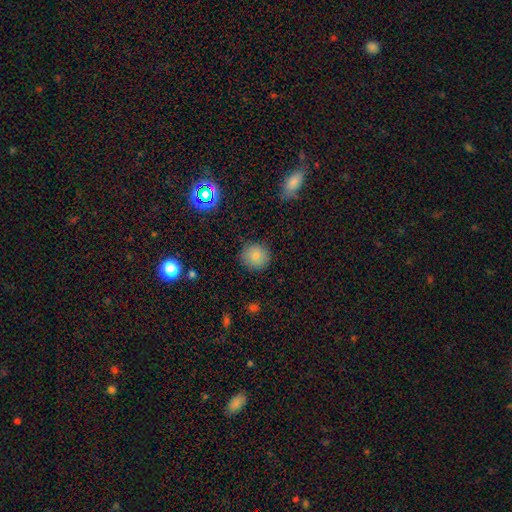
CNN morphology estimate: type=smooth (79%); roundness=round (90%); merging=none (86%).